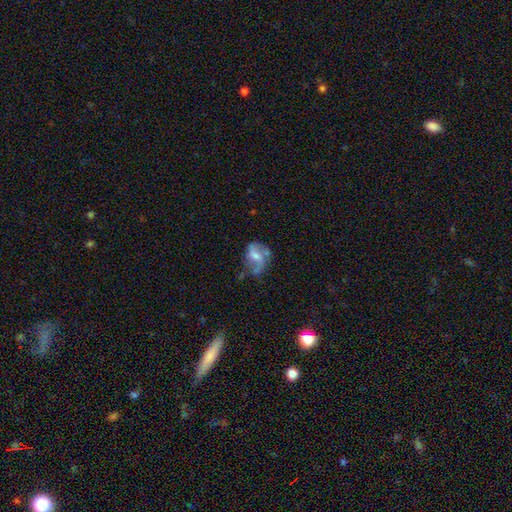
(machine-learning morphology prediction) Smooth or featured: featured or disk — 66% (smooth — 25%)
Edge-on disk: no — 96% (yes — 4%)
Bar: weak — 44% (no — 37%)
Spiral arms: yes — 76% (no — 24%)
Bulge size: moderate — 43% (small — 39%)
Merging: none — 44% (minor disturbance — 26%)